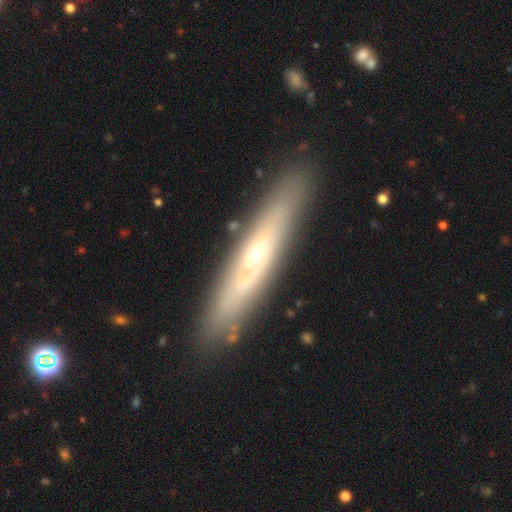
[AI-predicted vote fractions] featured or disk 65%, smooth 29%, star or artifact 7%. Down the decision tree: edge-on disk — yes (68%); merging — none (85%).